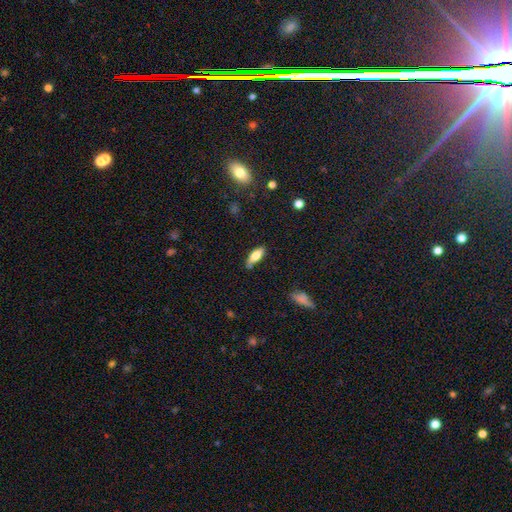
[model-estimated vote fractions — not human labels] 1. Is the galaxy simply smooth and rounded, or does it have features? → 72% smooth, 21% featured or disk, 7% star or artifact.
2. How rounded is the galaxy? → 67% in between, 31% cigar-shaped, 2% round.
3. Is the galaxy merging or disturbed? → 74% none, 19% minor disturbance, 4% major disturbance, 3% merger.